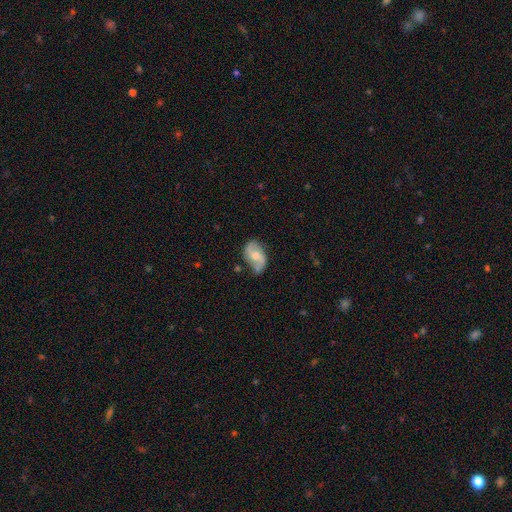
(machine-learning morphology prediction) The model was most divided on "spiral winding": loose: 43%, medium: 42%, tight: 15%. More confident: edge-on disk — no (97%); spiral arms — yes (90%); spiral arm count — 2 (87%); smooth or featured — featured or disk (68%); merging — none (62%); bulge size — moderate (54%); bar — no (52%).